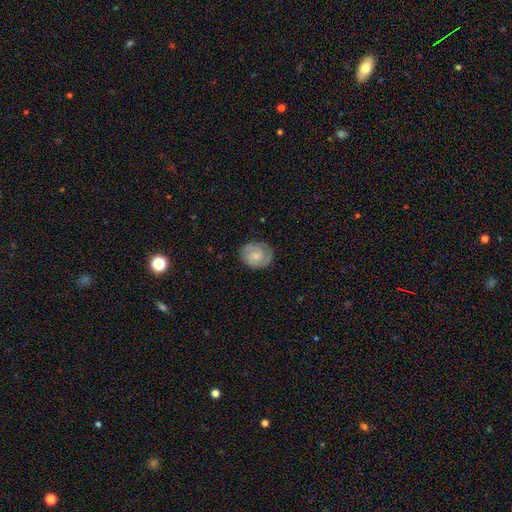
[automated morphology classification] A smooth galaxy with no disk features (47%). Merging: none (76%).